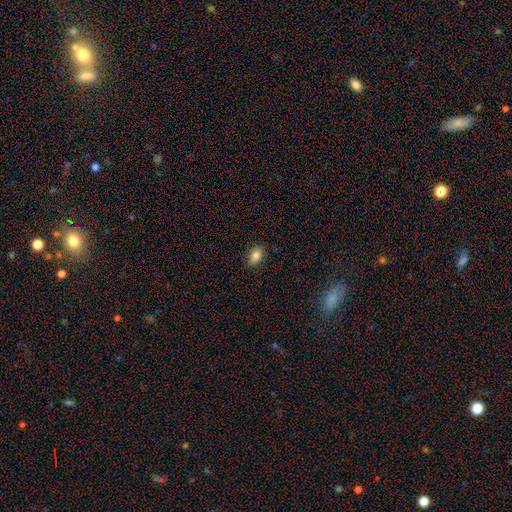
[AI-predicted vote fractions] Q: Smooth or featured?
A: smooth (82%); runner-up: star or artifact (9%)
Q: How rounded?
A: in between (84%); runner-up: round (14%)
Q: Merging?
A: none (87%); runner-up: minor disturbance (10%)